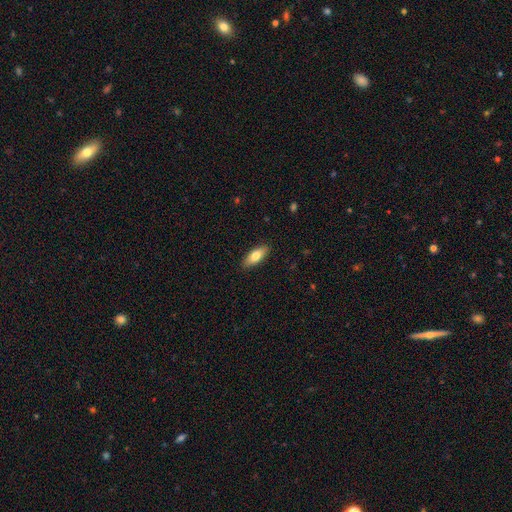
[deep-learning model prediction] A smooth galaxy with no disk features (76%) that is in between round and cigar-shaped (75%). Merging: none (89%).